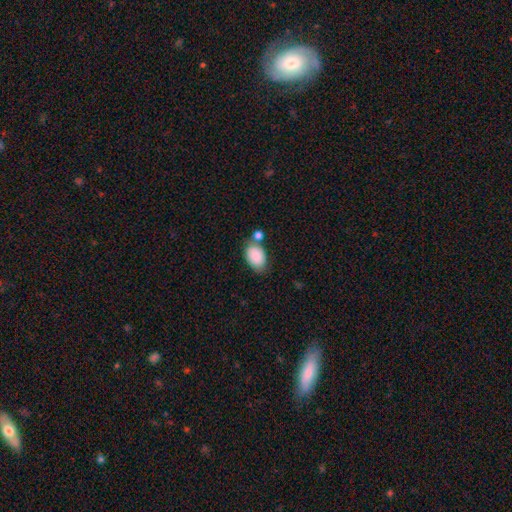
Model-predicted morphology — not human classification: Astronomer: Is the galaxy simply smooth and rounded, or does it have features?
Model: smooth — 88%.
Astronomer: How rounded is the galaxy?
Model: in between — 87%.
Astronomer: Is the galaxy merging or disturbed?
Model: none — 59%.